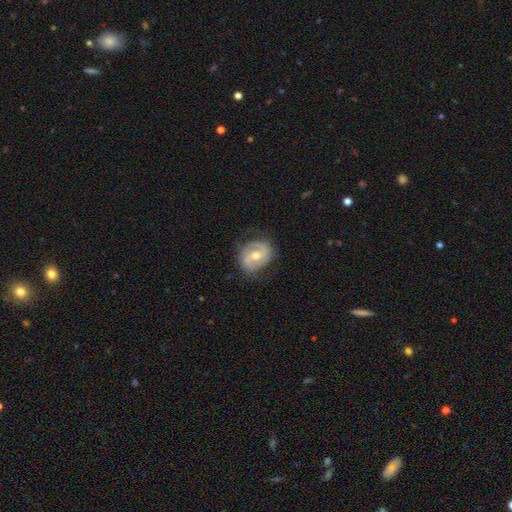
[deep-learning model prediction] smooth_or_featured: featured or disk (p=0.71) [alt: smooth p=0.22]
disk_edge_on: no (p=0.97) [alt: yes p=0.03]
bar: weak (p=0.43) [alt: no p=0.36]
has_spiral_arms: yes (p=0.79) [alt: no p=0.21]
spiral_winding: medium (p=0.40) [alt: tight p=0.38]
spiral_arm_count: 2 (p=0.78) [alt: can't tell p=0.13]
bulge_size: moderate (p=0.71) [alt: small p=0.25]
merging: none (p=0.75) [alt: minor disturbance p=0.18]